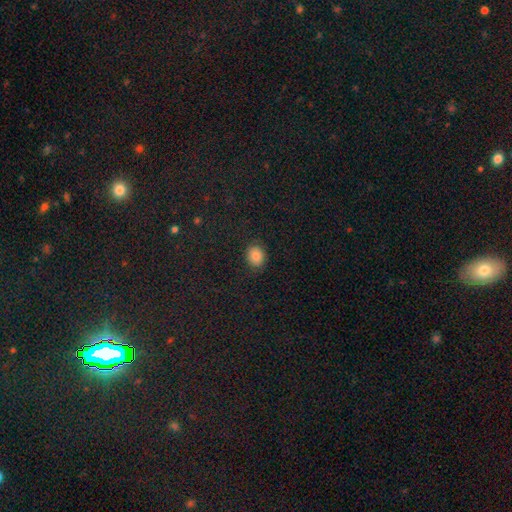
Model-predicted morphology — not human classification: Smooth or featured?
  - smooth: 83% *
  - star or artifact: 11%
  - featured or disk: 6%
How rounded?
  - round: 60% *
  - in between: 39%
  - cigar-shaped: 1%
Merging?
  - none: 86% *
  - minor disturbance: 10%
  - major disturbance: 3%
  - merger: 1%